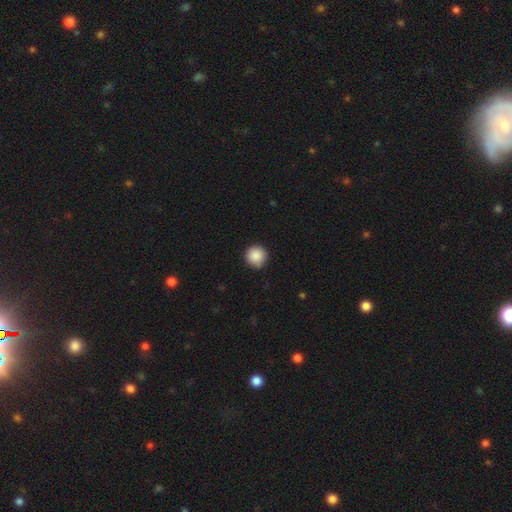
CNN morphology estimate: smooth 89%, star or artifact 8%, featured or disk 3%. Down the decision tree: how rounded — round (96%); merging — none (90%).